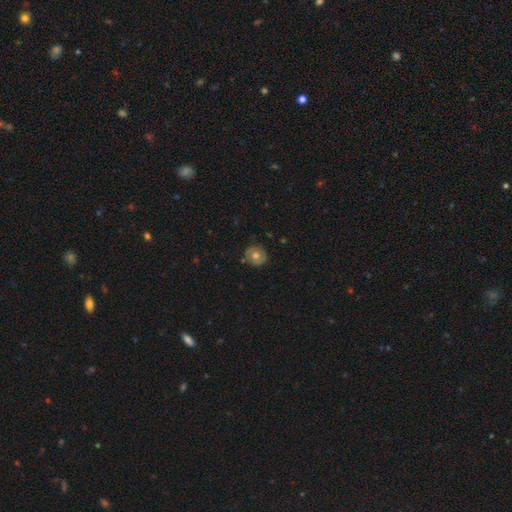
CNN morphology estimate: Smooth or featured? Predicted: featured or disk (p=0.46, tied with smooth). Merging? Predicted: none (p=0.83).